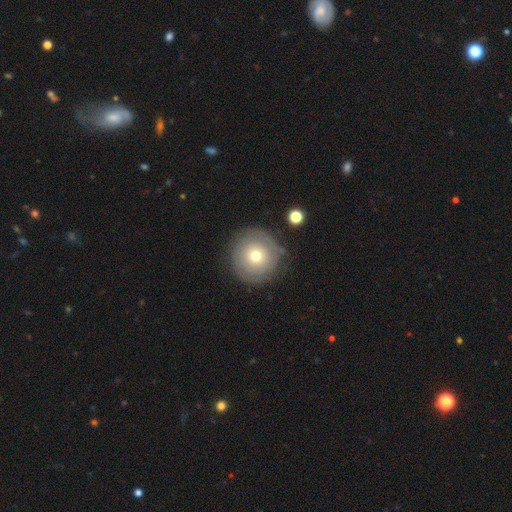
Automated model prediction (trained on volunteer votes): A smooth galaxy with no disk features (58%) that is round (95%).

Vote fractions:
- Smooth or featured? smooth: 58% / featured or disk: 33% / star or artifact: 9%
- How rounded? round: 95% / in between: 4% / cigar-shaped: 1%
- Merging? none: 77% / minor disturbance: 15% / major disturbance: 6% / merger: 2%